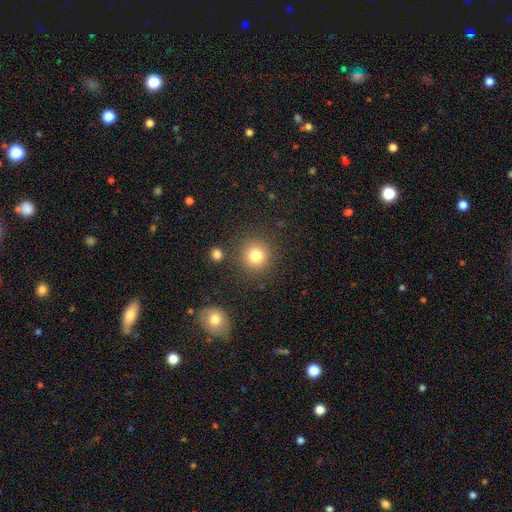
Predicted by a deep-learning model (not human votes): Smooth or featured?
  - smooth: 81% *
  - star or artifact: 12%
  - featured or disk: 7%
How rounded?
  - round: 93% *
  - in between: 6%
  - cigar-shaped: 1%
Merging?
  - none: 86% *
  - minor disturbance: 7%
  - merger: 4%
  - major disturbance: 3%